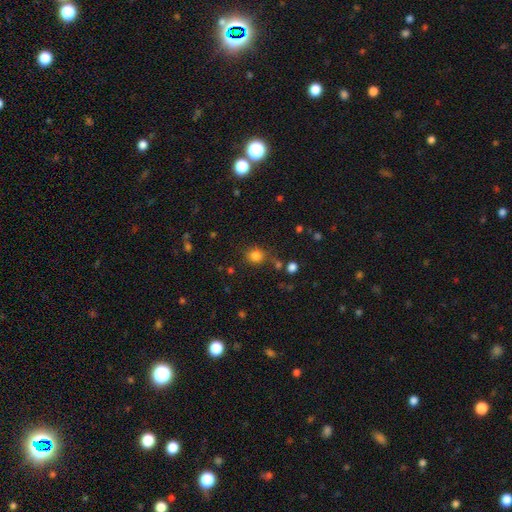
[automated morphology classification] The model was most divided on "merging": none: 74%, minor disturbance: 14%, merger: 7%, major disturbance: 5%. More confident: how rounded — round (82%); smooth or featured — smooth (81%).